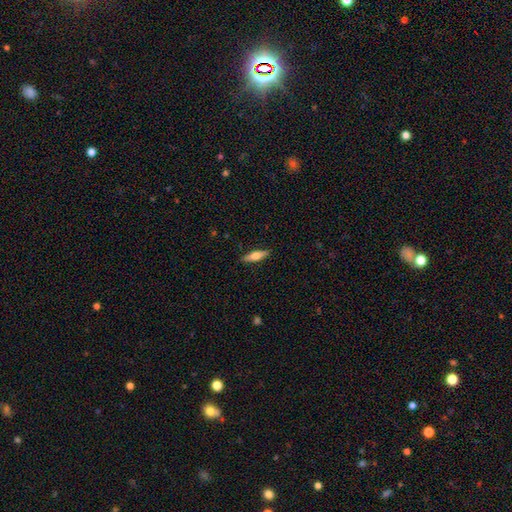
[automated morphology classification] type=smooth (55%); roundness=cigar-shaped (61%); merging=none (89%).